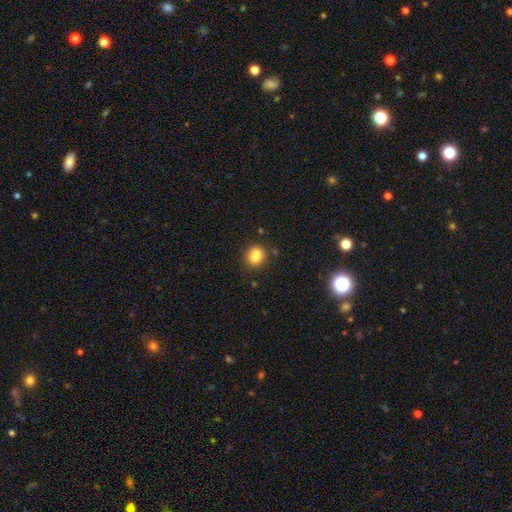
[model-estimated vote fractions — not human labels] smooth-or-featured: smooth: 77% | featured or disk: 12% | star or artifact: 11%
  how-rounded: round: 71% | in between: 27% | cigar-shaped: 1%
  merging: none: 53% | merger: 31% | minor disturbance: 12% | major disturbance: 4%